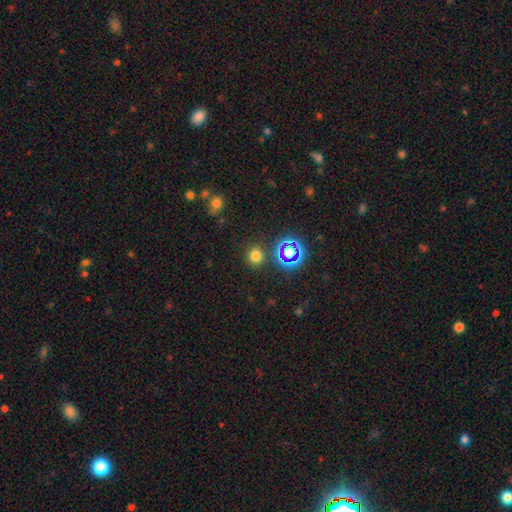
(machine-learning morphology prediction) Q: Smooth or featured?
A: smooth (69%); runner-up: star or artifact (25%)
Q: How rounded?
A: round (84%); runner-up: in between (15%)
Q: Merging?
A: none (86%); runner-up: minor disturbance (8%)